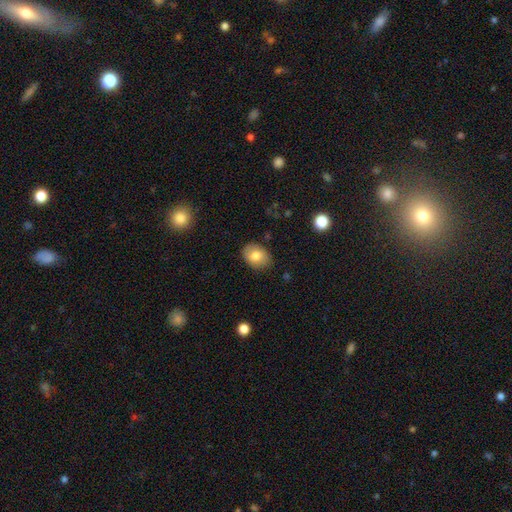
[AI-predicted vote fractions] This is likely a smooth galaxy (79%). How rounded: likely in between (72%). Merging: clearly none (82%).